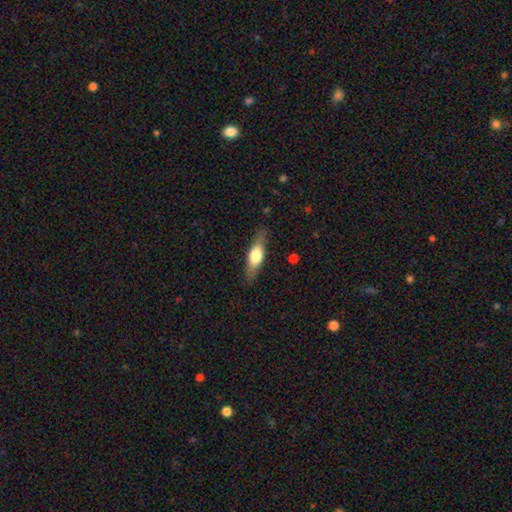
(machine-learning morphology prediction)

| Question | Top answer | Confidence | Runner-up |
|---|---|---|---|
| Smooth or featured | smooth | 58% | featured or disk (36%) |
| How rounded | in between | 51% | cigar-shaped (46%) |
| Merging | none | 82% | minor disturbance (13%) |